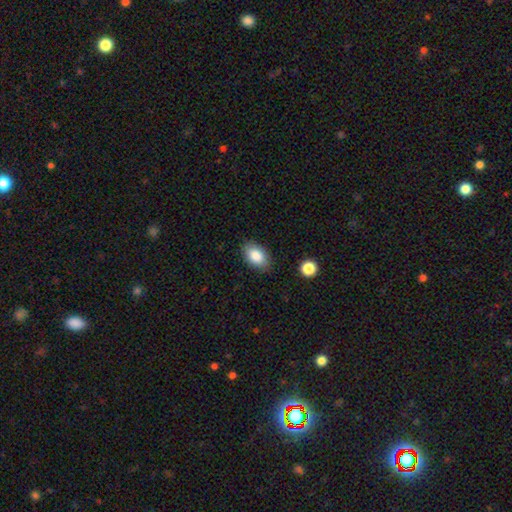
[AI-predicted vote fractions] smooth_or_featured: smooth (p=0.86) [alt: featured or disk p=0.07]
how_rounded: in between (p=0.91) [alt: round p=0.08]
merging: none (p=0.84) [alt: minor disturbance p=0.12]